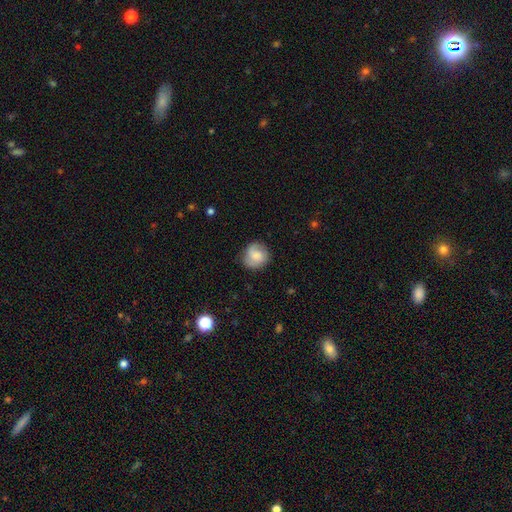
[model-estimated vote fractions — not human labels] Smooth or featured? smooth (64%)
How rounded? round (85%)
Merging? none (77%)